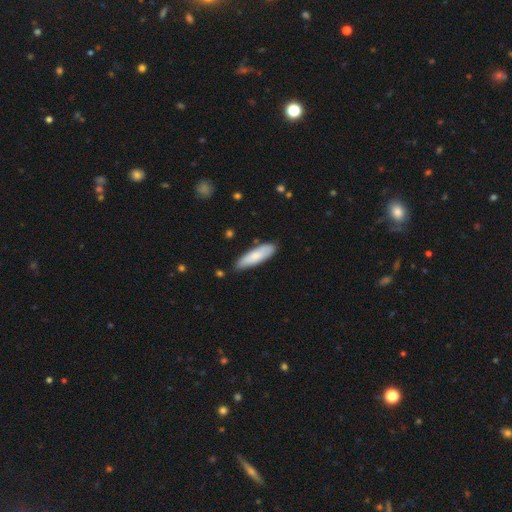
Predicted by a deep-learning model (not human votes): A smooth galaxy with no disk features (78%) that is cigar-shaped (58%).

Vote fractions:
- Smooth or featured? smooth: 78% / featured or disk: 17% / star or artifact: 5%
- How rounded? cigar-shaped: 58% / in between: 41% / round: 1%
- Merging? none: 78% / minor disturbance: 17% / merger: 3% / major disturbance: 2%